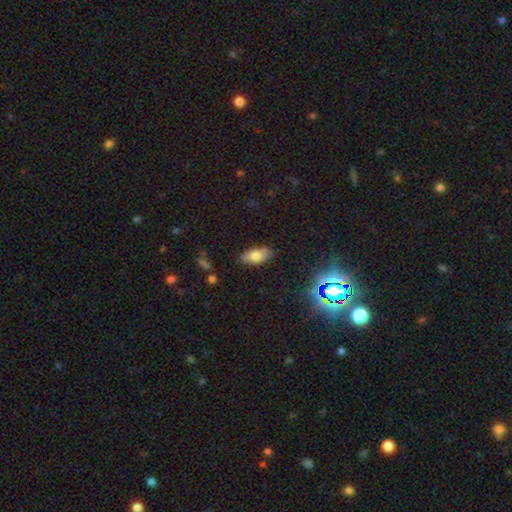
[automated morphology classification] Smooth or featured? smooth (76%)
How rounded? in between (89%)
Merging? none (83%)